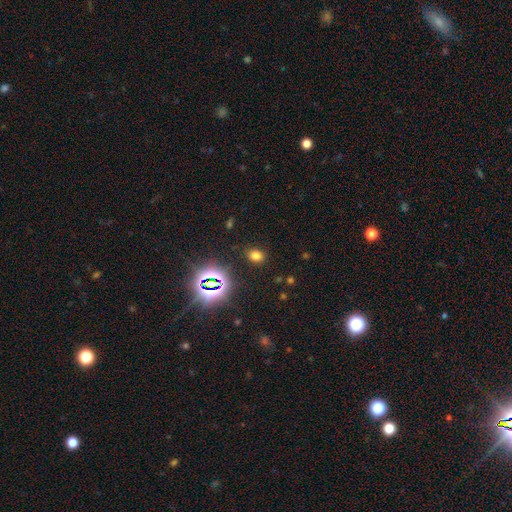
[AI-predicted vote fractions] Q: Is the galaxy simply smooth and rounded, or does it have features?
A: smooth — 67%.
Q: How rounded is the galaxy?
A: in between — 58%.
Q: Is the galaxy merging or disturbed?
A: none — 85%.